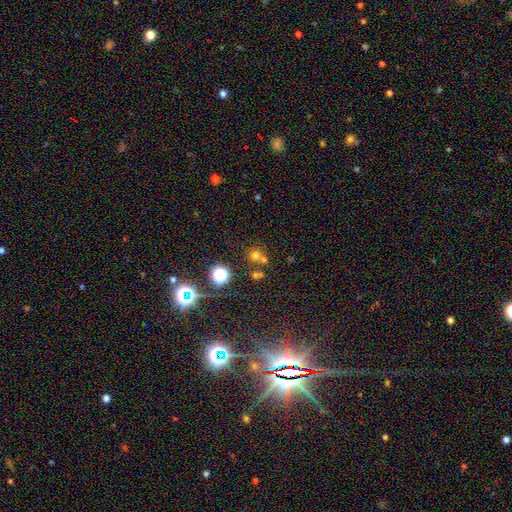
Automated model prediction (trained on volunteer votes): smooth_or_featured: smooth (p=0.59) [alt: star or artifact p=0.31]
how_rounded: round (p=0.88) [alt: in between p=0.11]
merging: none (p=0.58) [alt: merger p=0.31]